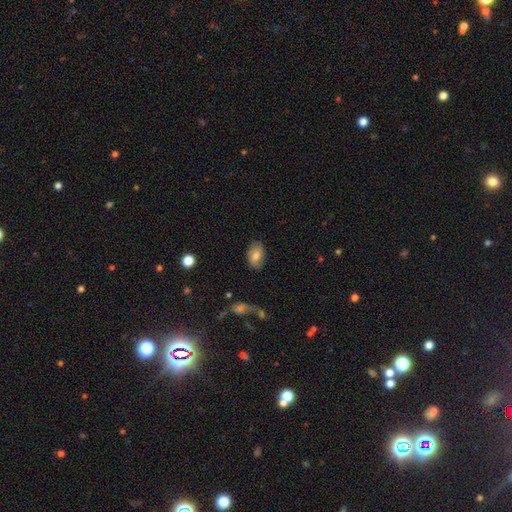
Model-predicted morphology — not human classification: A smooth galaxy with no disk features (70%) that is in between round and cigar-shaped (89%). Merging: none (76%).